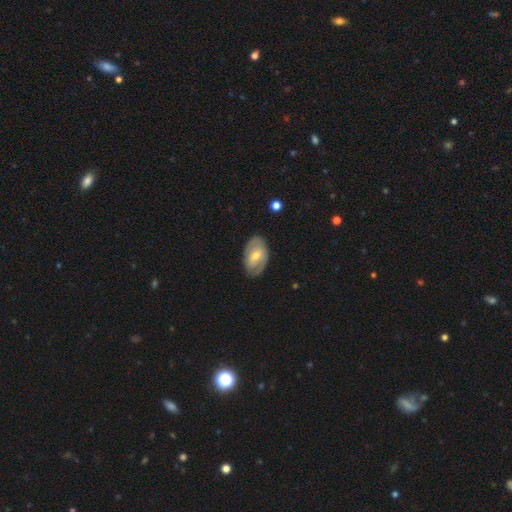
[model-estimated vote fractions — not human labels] smooth-or-featured: featured or disk: 54% | smooth: 40% | star or artifact: 6%
  disk-edge-on: no: 92% | yes: 8%
  merging: none: 78% | minor disturbance: 16% | major disturbance: 4% | merger: 1%